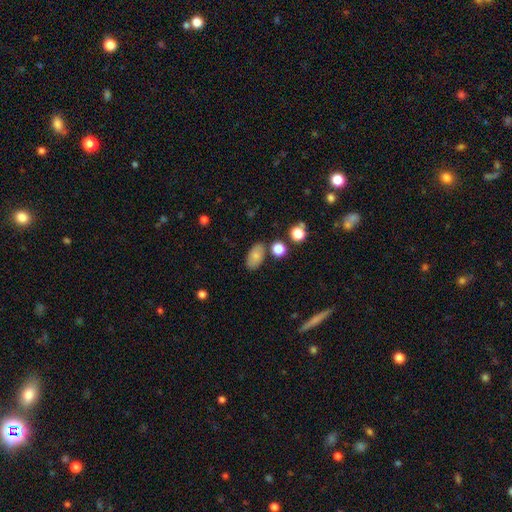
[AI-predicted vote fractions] smooth_or_featured: smooth (p=0.78) [alt: featured or disk p=0.13]
how_rounded: in between (p=0.91) [alt: round p=0.06]
merging: none (p=0.78) [alt: minor disturbance p=0.13]